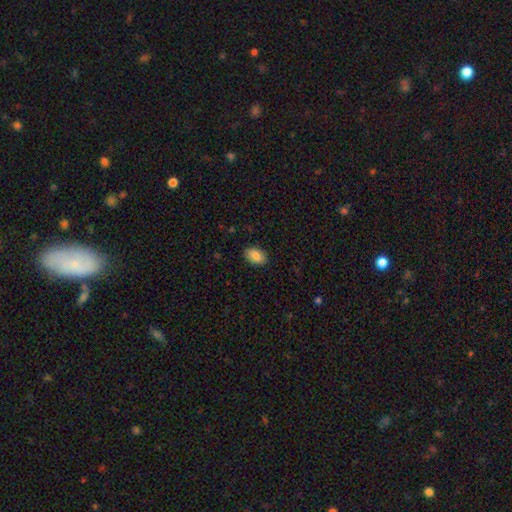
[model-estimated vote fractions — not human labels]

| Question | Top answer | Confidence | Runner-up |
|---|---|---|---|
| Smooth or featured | smooth | 87% | star or artifact (7%) |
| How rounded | in between | 89% | round (10%) |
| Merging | none | 88% | minor disturbance (9%) |